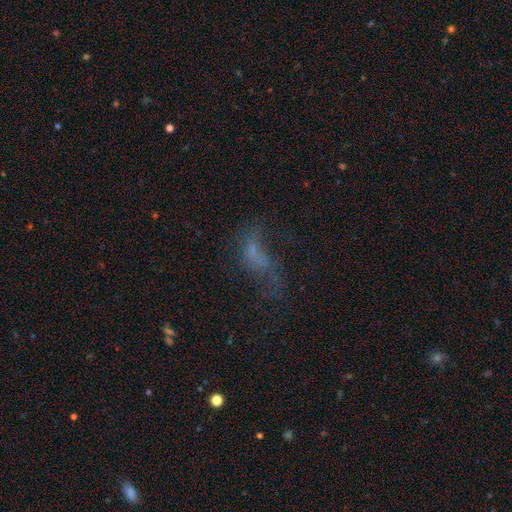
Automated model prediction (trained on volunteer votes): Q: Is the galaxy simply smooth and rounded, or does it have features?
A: featured or disk — 39%.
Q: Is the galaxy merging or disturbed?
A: major disturbance — 41%.